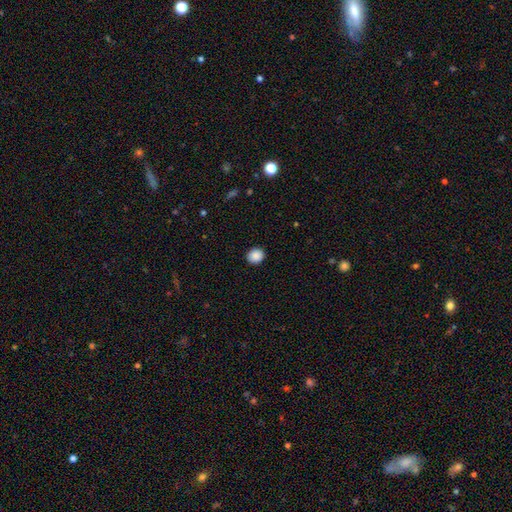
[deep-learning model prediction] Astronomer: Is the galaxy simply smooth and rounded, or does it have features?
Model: smooth — 89%.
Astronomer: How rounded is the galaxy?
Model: round — 79%.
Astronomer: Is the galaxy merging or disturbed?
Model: none — 91%.